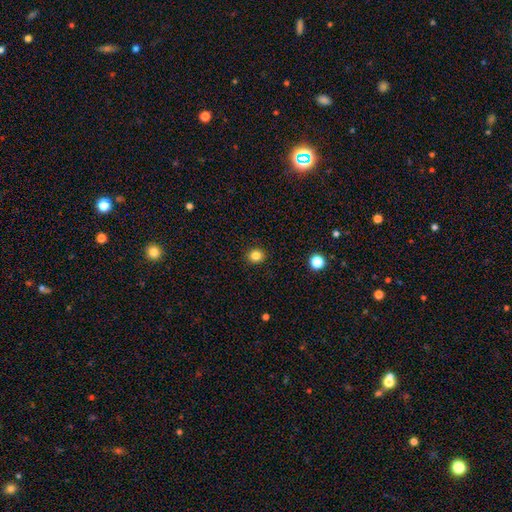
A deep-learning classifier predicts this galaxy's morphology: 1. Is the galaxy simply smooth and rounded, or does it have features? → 83% smooth, 12% star or artifact, 5% featured or disk.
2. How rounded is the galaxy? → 87% round, 12% in between, 1% cigar-shaped.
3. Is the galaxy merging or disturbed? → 92% none, 5% minor disturbance, 2% major disturbance, 1% merger.